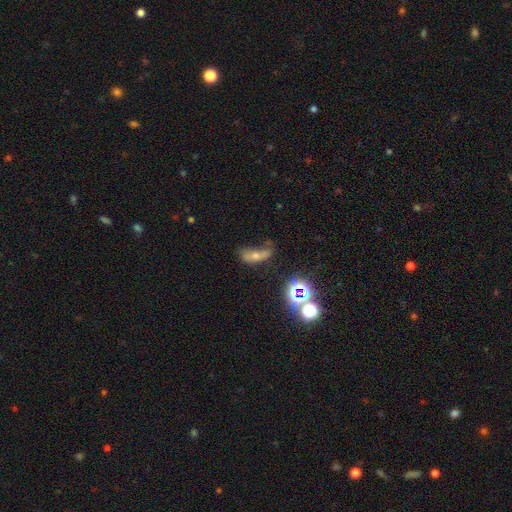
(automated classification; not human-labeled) Overall: smooth (50%; featured or disk 28%). Merging: major disturbance (32%; none 27%).